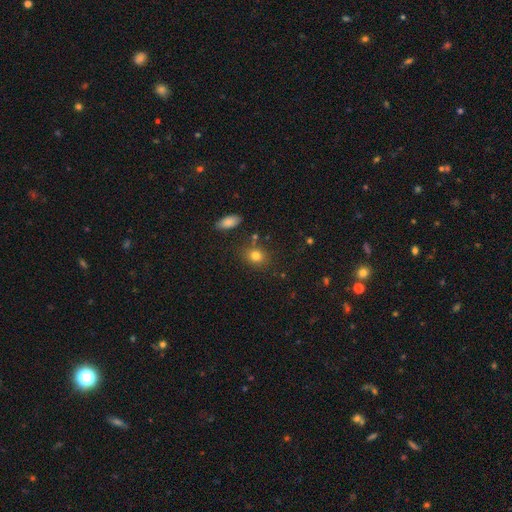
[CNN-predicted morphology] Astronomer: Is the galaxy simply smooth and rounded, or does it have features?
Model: smooth — 80%.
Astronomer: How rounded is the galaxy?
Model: round — 57% (runner-up: in between, 41%).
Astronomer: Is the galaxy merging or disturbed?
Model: none — 78%.